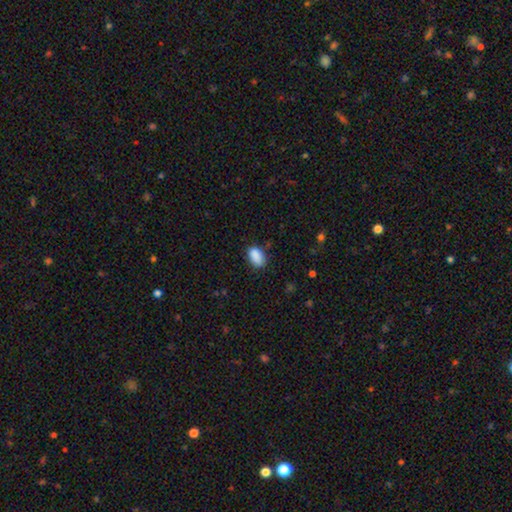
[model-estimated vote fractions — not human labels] This is clearly a smooth galaxy (89%). How rounded: clearly in between (89%). Merging: clearly none (81%).